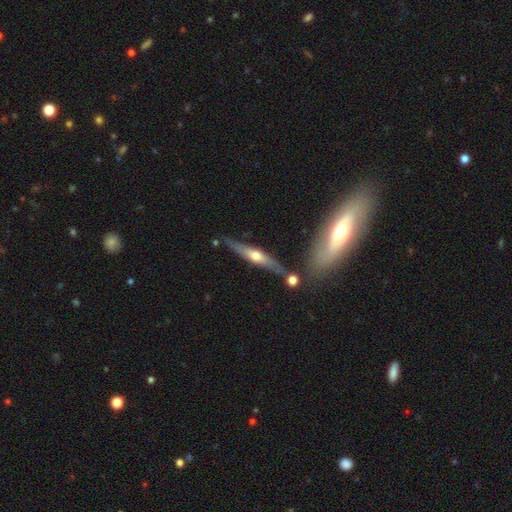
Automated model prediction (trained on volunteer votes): Morphology: type=featured or disk (63%); edge-on=yes (91%); edge-on bulge=rounded (88%); merging=none (76%).